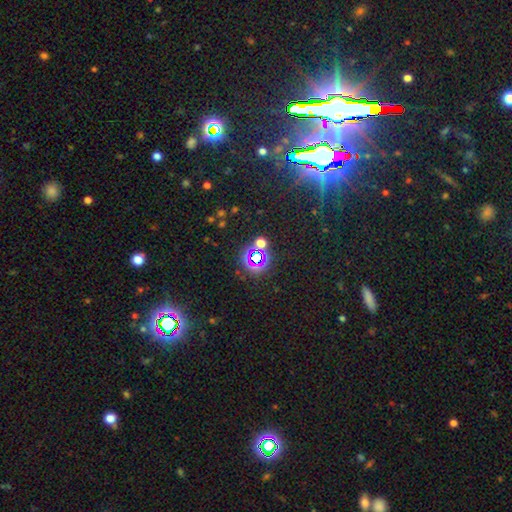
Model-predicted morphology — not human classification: This is likely a star or artifact rather than a galaxy (62%).